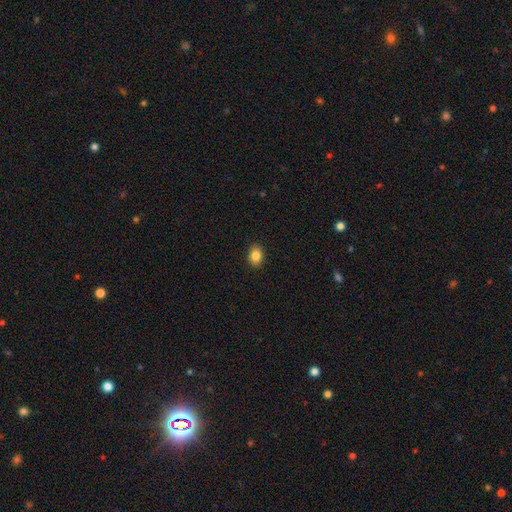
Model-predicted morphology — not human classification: The model was most divided on "how rounded": in between: 71%, round: 28%, cigar-shaped: 1%. More confident: merging — none (90%); smooth or featured — smooth (85%).